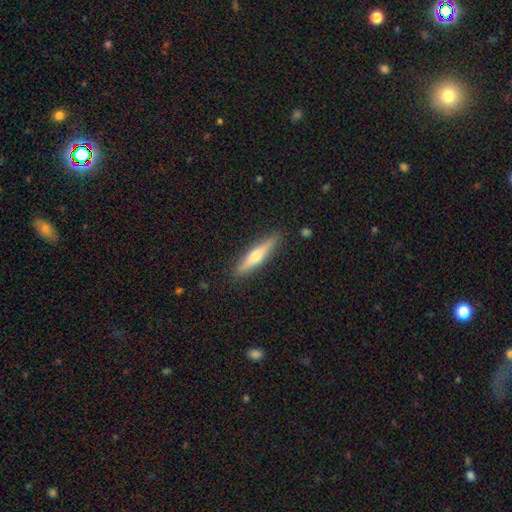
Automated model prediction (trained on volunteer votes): Overall: smooth (48%; featured or disk 47%). Merging: none (89%).